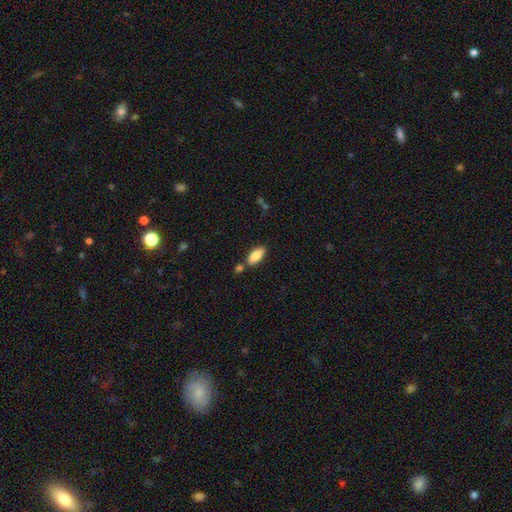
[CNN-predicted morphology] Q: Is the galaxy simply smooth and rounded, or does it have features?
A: smooth — 82%.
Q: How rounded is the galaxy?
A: in between — 83%.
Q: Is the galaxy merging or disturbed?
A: none — 75%.